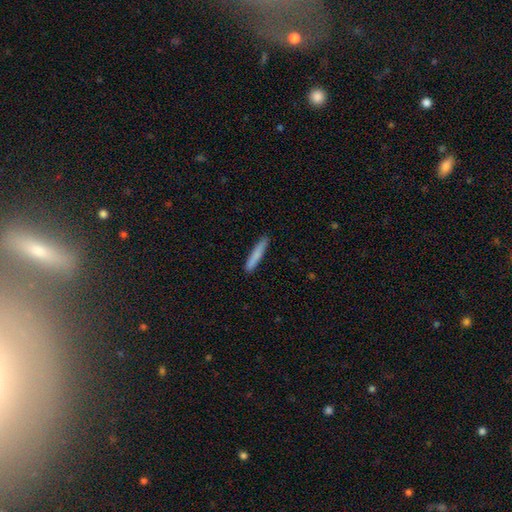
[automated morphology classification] Q: Smooth or featured?
A: smooth (81%); runner-up: featured or disk (13%)
Q: How rounded?
A: cigar-shaped (95%); runner-up: in between (4%)
Q: Merging?
A: none (89%); runner-up: minor disturbance (8%)